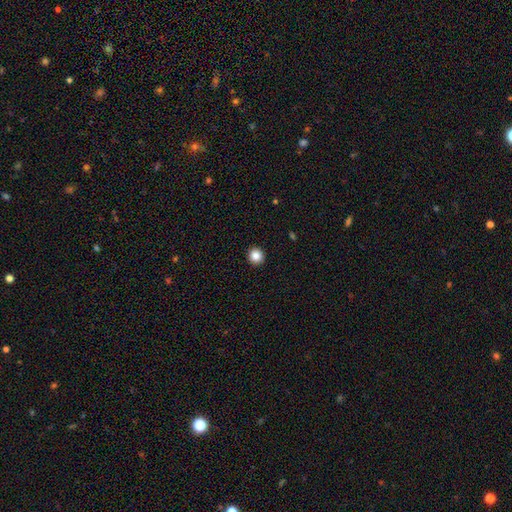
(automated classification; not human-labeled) smooth-or-featured: smooth: 86% | star or artifact: 10% | featured or disk: 4%
  how-rounded: round: 94% | in between: 6% | cigar-shaped: 1%
  merging: none: 94% | minor disturbance: 4% | major disturbance: 1% | merger: 1%